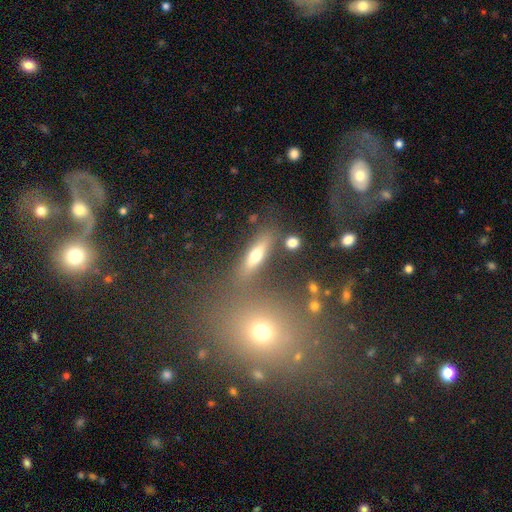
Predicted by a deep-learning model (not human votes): smooth-or-featured: smooth: 58% | featured or disk: 29% | star or artifact: 13%
  how-rounded: cigar-shaped: 51% | in between: 40% | round: 9%
  merging: none: 74% | minor disturbance: 11% | merger: 10% | major disturbance: 5%